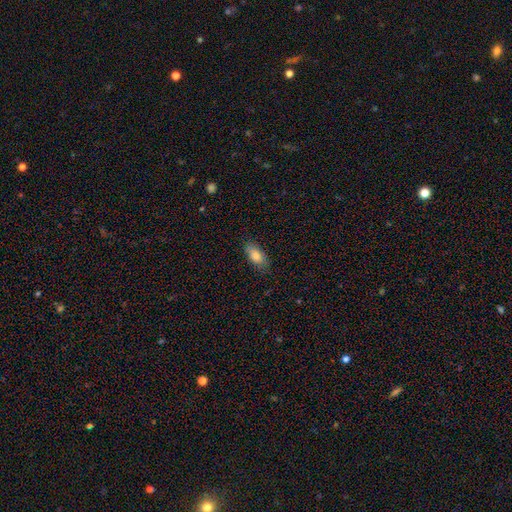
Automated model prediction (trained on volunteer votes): A smooth galaxy with no disk features (82%) that is in between round and cigar-shaped (87%).

Vote fractions:
- Smooth or featured? smooth: 82% / featured or disk: 11% / star or artifact: 7%
- How rounded? in between: 87% / cigar-shaped: 10% / round: 3%
- Merging? none: 83% / minor disturbance: 13% / major disturbance: 3% / merger: 1%